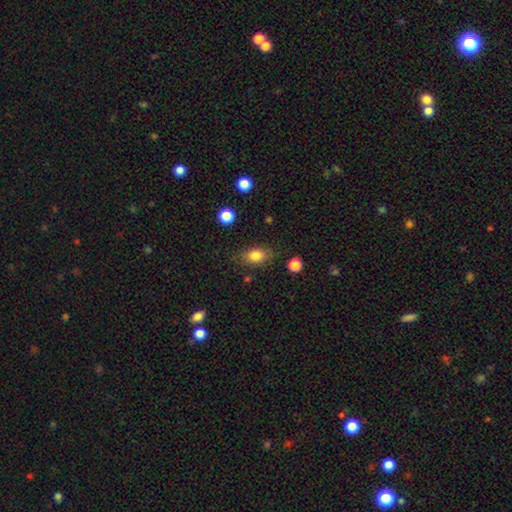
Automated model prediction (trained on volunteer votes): smooth_or_featured: smooth (p=0.81) [alt: featured or disk p=0.09]
how_rounded: in between (p=0.77) [alt: round p=0.20]
merging: none (p=0.77) [alt: minor disturbance p=0.16]